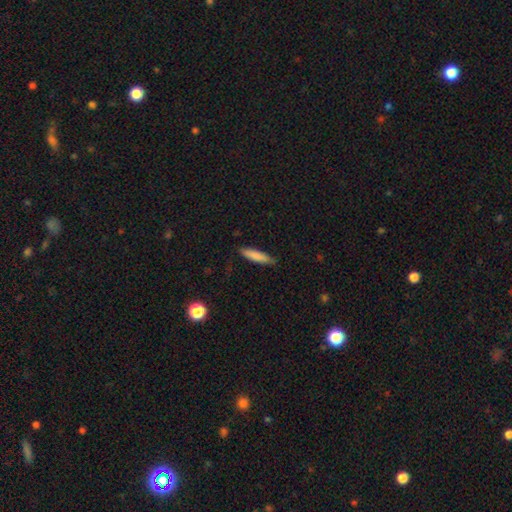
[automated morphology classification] This is clearly a smooth galaxy (83%). How rounded: likely cigar-shaped (77%). Merging: clearly none (83%).